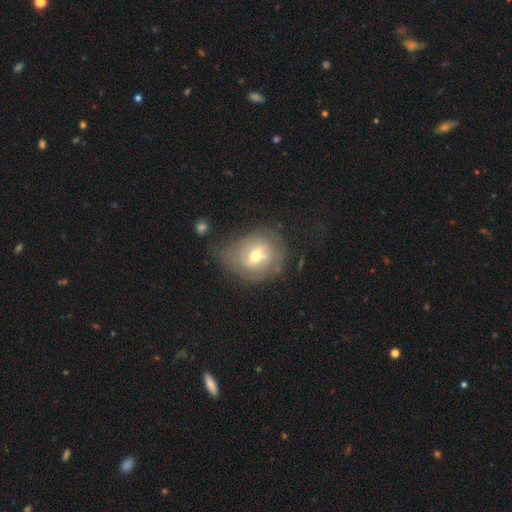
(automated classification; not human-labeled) Q: Smooth or featured?
A: smooth (47%); runner-up: featured or disk (44%)
Q: Merging?
A: none (54%); runner-up: minor disturbance (27%)